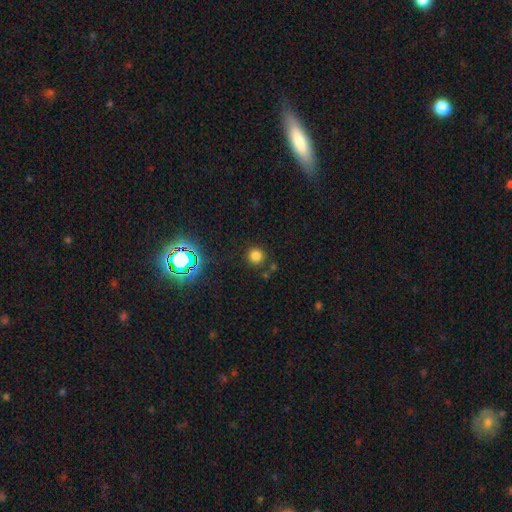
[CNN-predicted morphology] smooth_or_featured: smooth (p=0.76) [alt: star or artifact p=0.19]
how_rounded: round (p=0.93) [alt: in between p=0.06]
merging: none (p=0.84) [alt: minor disturbance p=0.08]